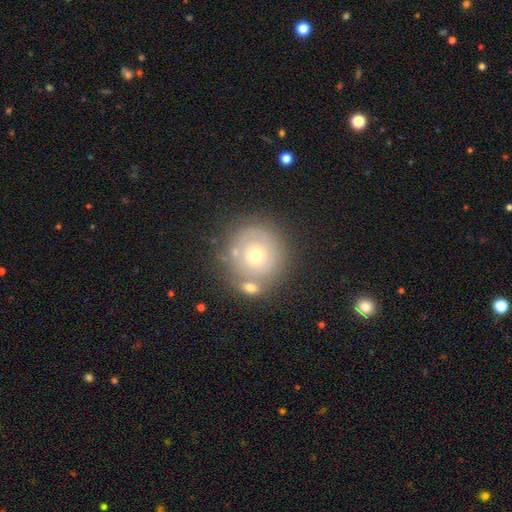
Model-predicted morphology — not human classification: Smooth or featured? smooth (45%)
Merging? none (70%)